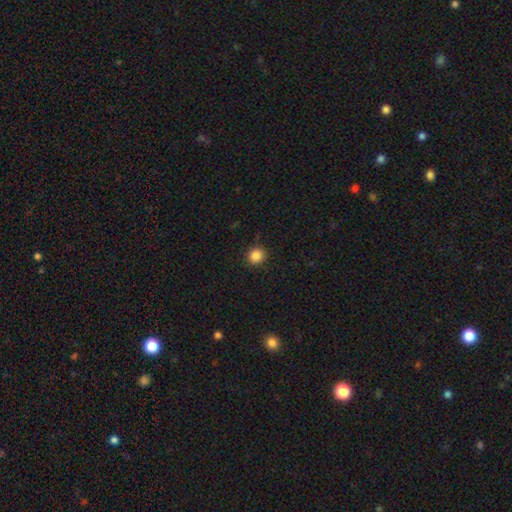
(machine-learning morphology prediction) Smooth or featured?
  - smooth: 86% *
  - star or artifact: 11%
  - featured or disk: 3%
How rounded?
  - round: 87% *
  - in between: 12%
  - cigar-shaped: 1%
Merging?
  - none: 90% *
  - minor disturbance: 7%
  - major disturbance: 2%
  - merger: 1%